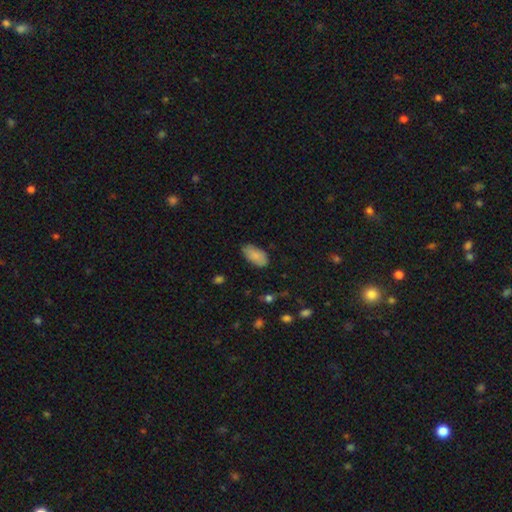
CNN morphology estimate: smooth-or-featured: smooth: 86% | star or artifact: 7% | featured or disk: 7%
  how-rounded: in between: 94% | cigar-shaped: 4% | round: 3%
  merging: none: 77% | minor disturbance: 18% | major disturbance: 3% | merger: 1%